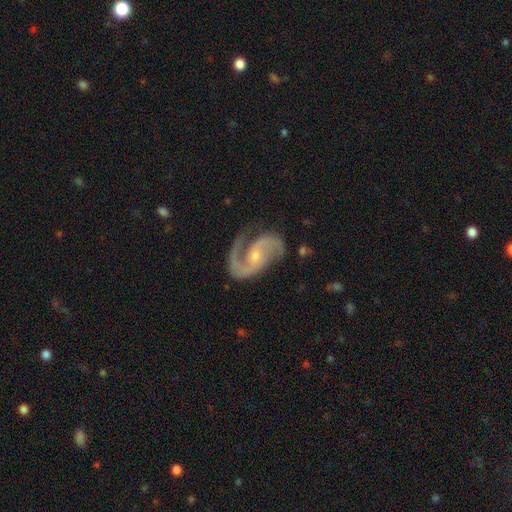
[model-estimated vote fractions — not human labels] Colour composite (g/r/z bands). It shows a featured or disk galaxy (92%) with no bar (55%), 2 (90%) medium (56%) spiral arms (98%) and a small central bulge (63%). Merging: none (70%).